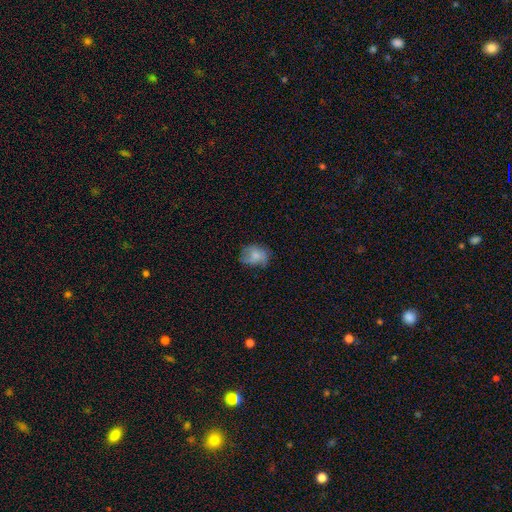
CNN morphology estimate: Smooth or featured: smooth — 69% (featured or disk — 22%)
How rounded: in between — 59% (round — 40%)
Merging: none — 58% (minor disturbance — 28%)